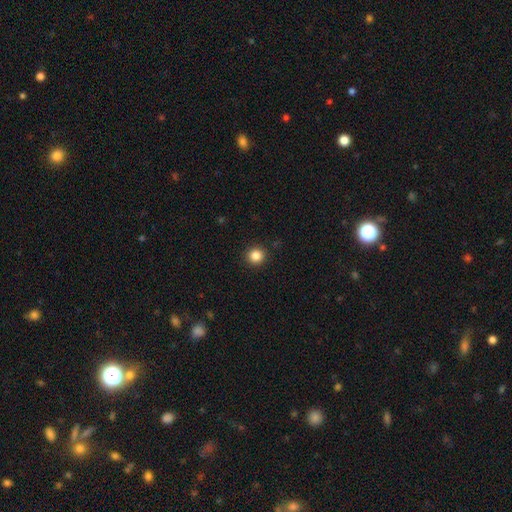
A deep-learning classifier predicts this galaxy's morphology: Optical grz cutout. It shows a smooth galaxy with no disk features (85%) that is round (93%). Merging: none (92%).